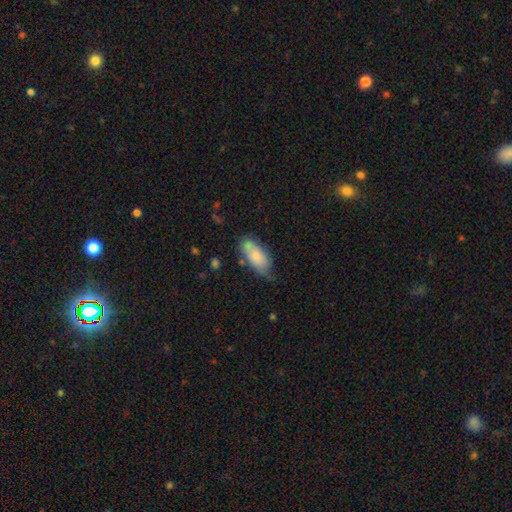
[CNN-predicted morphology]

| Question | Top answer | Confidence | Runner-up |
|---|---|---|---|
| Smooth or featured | smooth | 75% | featured or disk (19%) |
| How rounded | in between | 87% | cigar-shaped (10%) |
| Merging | none | 55% | minor disturbance (33%) |